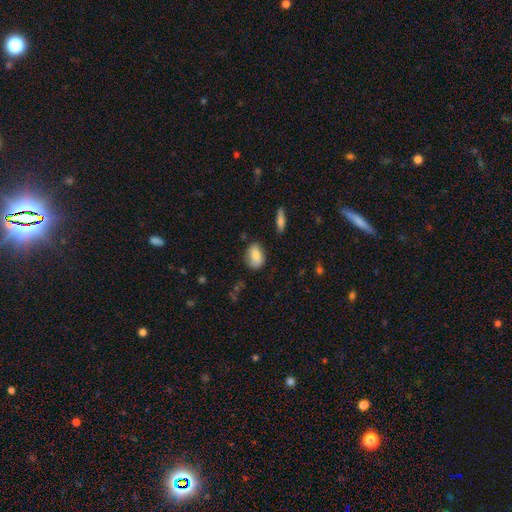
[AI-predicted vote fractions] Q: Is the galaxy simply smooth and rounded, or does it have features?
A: smooth — 78%.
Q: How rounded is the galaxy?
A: in between — 81%.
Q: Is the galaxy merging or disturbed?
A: none — 73%.